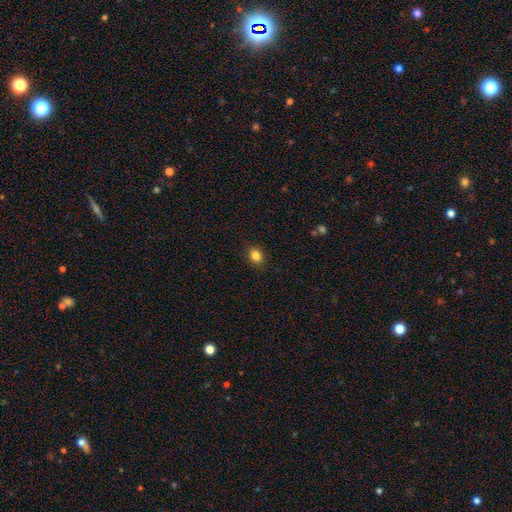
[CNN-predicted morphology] Overall: smooth (84%). How rounded: round (51%; in between 48%). Merging: none (88%).